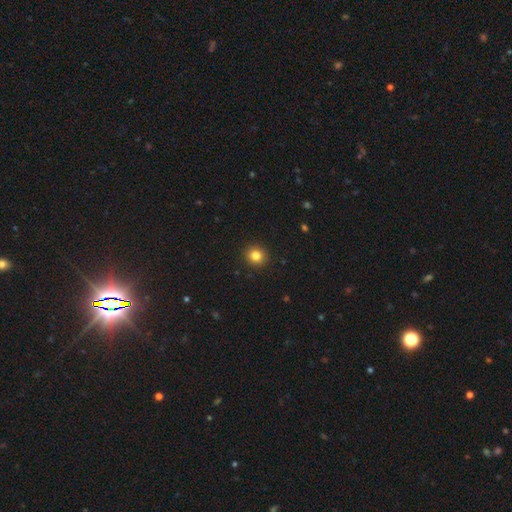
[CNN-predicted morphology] smooth_or_featured: smooth (p=0.83) [alt: star or artifact p=0.12]
how_rounded: round (p=0.91) [alt: in between p=0.08]
merging: none (p=0.92) [alt: minor disturbance p=0.05]